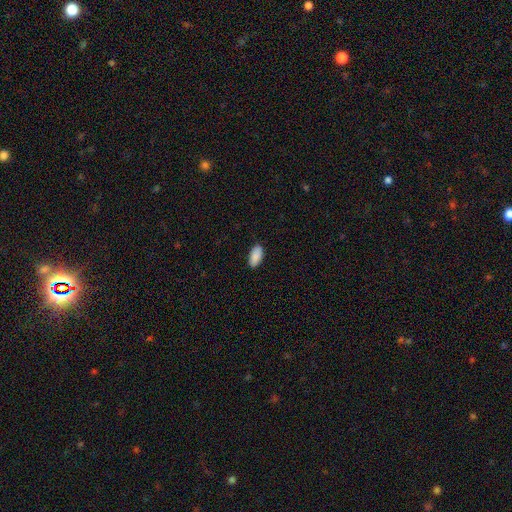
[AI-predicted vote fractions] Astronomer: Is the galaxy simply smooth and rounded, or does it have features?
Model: smooth — 91%.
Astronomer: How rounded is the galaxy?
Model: in between — 93%.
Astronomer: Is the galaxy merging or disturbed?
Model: none — 88%.